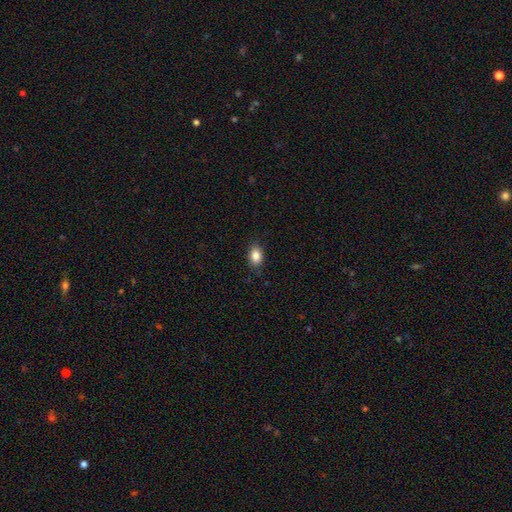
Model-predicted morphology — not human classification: smooth_or_featured: smooth (p=0.86) [alt: star or artifact p=0.09]
how_rounded: in between (p=0.81) [alt: round p=0.17]
merging: none (p=0.85) [alt: minor disturbance p=0.11]